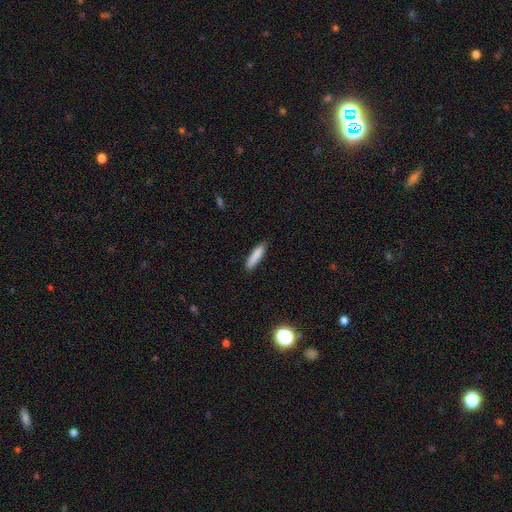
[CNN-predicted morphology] The model was most divided on "how rounded": cigar-shaped: 80%, in between: 19%, round: 1%. More confident: smooth or featured — smooth (85%); merging — none (84%).